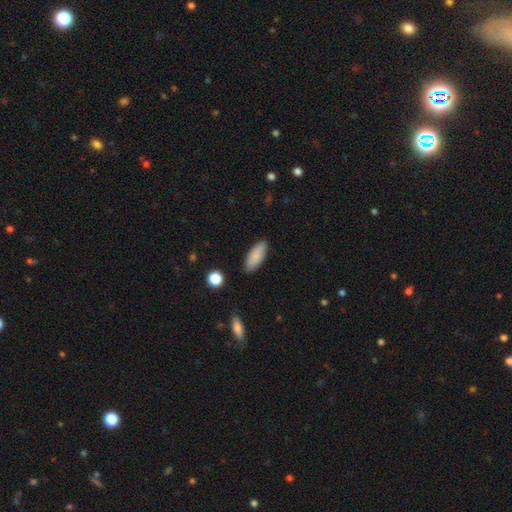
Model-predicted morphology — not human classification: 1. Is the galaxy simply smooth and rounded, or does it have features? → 87% smooth, 6% star or artifact, 6% featured or disk.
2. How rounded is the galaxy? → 76% in between, 22% cigar-shaped, 2% round.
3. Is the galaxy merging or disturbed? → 86% none, 11% minor disturbance, 2% major disturbance, 1% merger.